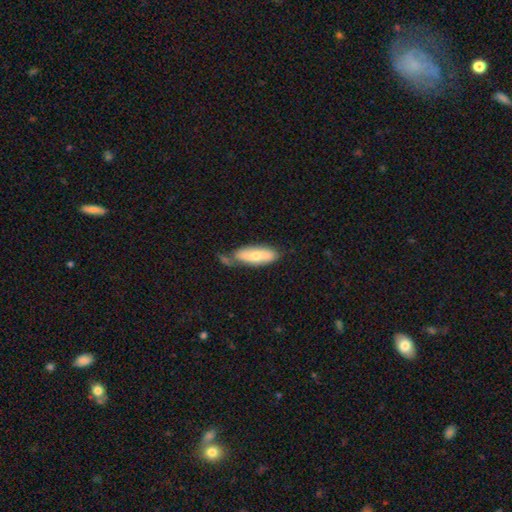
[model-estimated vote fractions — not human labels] smooth_or_featured: smooth (p=0.60) [alt: featured or disk p=0.35]
how_rounded: in between (p=0.61) [alt: cigar-shaped p=0.36]
merging: none (p=0.53) [alt: minor disturbance p=0.24]